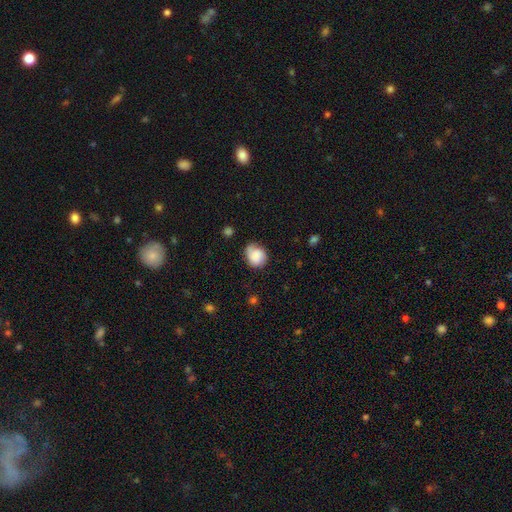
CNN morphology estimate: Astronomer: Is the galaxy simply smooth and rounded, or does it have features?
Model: smooth — 75%.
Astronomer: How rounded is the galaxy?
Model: round — 65%.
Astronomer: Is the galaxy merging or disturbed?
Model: none — 58%.